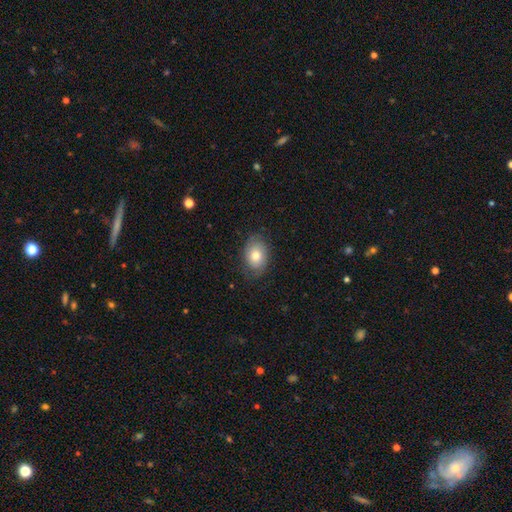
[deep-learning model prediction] The model was most divided on "smooth or featured": smooth: 68%, featured or disk: 24%, star or artifact: 8%. More confident: how rounded — in between (74%); merging — none (74%).